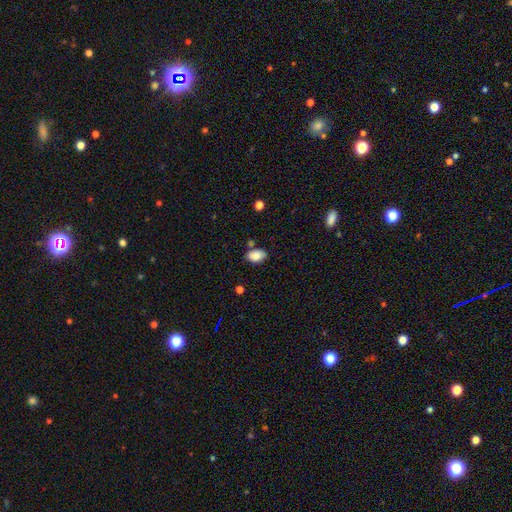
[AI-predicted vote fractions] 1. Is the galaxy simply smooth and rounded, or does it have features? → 87% smooth, 8% star or artifact, 5% featured or disk.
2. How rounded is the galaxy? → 91% in between, 8% round, 1% cigar-shaped.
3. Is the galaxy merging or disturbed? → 75% none, 15% minor disturbance, 7% merger, 3% major disturbance.